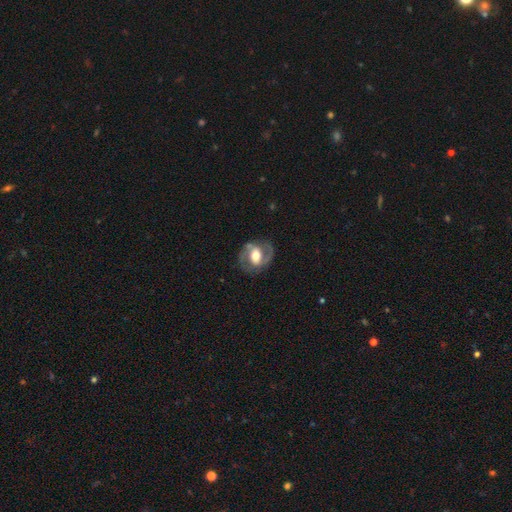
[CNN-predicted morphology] The model was most divided on "bar": weak: 39%, no: 32%, strong: 29%. More confident: edge-on disk — no (96%); spiral arm count — 2 (88%); spiral arms — yes (83%); merging — none (78%); smooth or featured — featured or disk (76%); bulge size — moderate (58%); spiral winding — medium (52%).